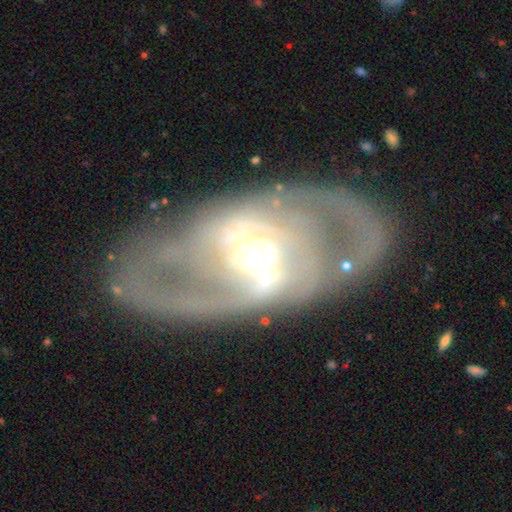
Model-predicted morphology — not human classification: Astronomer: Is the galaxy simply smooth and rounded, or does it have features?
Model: featured or disk — 85%.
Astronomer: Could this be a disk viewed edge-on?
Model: no — 93%.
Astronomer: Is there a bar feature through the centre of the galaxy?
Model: strong — 37% (runner-up: weak, 36%).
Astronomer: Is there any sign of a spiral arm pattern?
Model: yes — 83%.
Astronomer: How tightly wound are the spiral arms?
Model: medium — 42% (runner-up: tight, 35%).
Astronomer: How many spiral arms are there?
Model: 2 — 66%.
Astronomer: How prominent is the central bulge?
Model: moderate — 50% (runner-up: small, 39%).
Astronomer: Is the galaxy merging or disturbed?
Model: none — 67%.